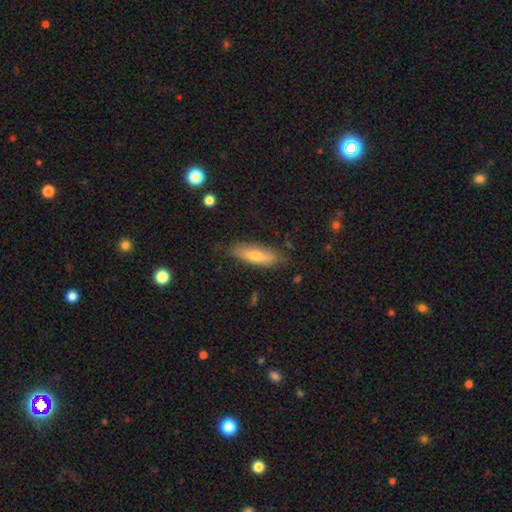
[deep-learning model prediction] This is likely a smooth galaxy (67%). How rounded: possibly cigar-shaped (54%). Merging: clearly none (80%).